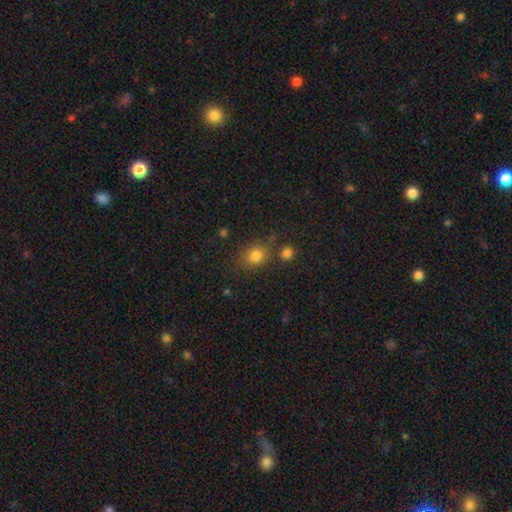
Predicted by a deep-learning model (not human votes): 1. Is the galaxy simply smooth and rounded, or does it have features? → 80% smooth, 13% star or artifact, 6% featured or disk.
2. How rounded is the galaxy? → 55% round, 43% in between, 1% cigar-shaped.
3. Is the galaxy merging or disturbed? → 72% none, 13% minor disturbance, 10% merger, 5% major disturbance.